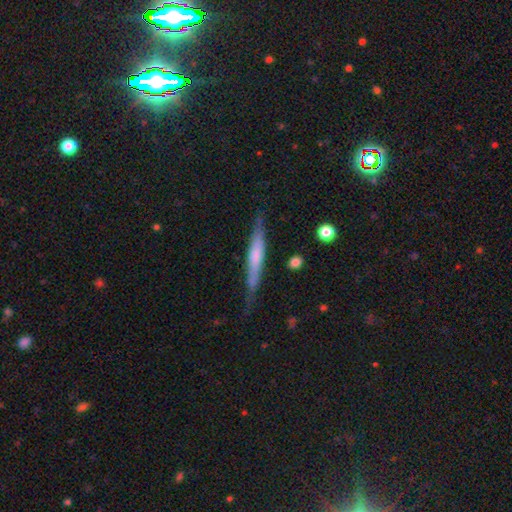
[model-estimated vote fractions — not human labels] featured or disk 49%, smooth 46%, star or artifact 6%. Down the decision tree: merging — none (70%).